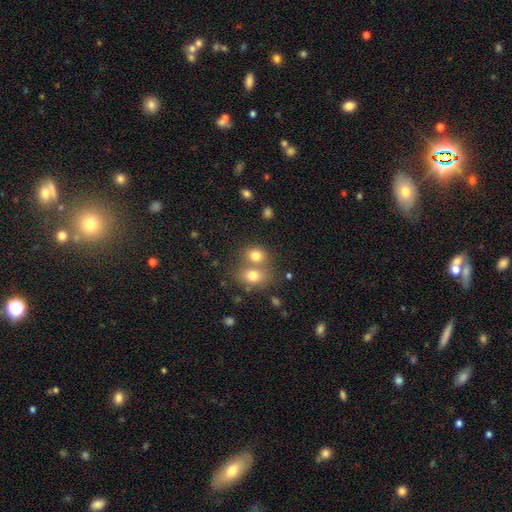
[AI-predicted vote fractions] smooth 78%, star or artifact 12%, featured or disk 11%. Down the decision tree: how rounded — round (56%); merging — merger (49%).